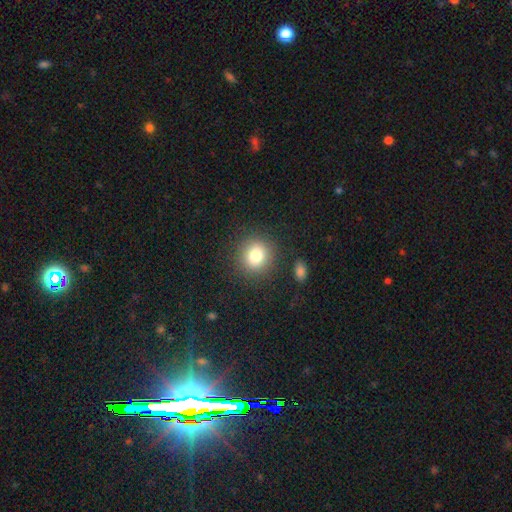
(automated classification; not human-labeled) A smooth galaxy with no disk features (81%) that is round (86%). Merging: none (87%).